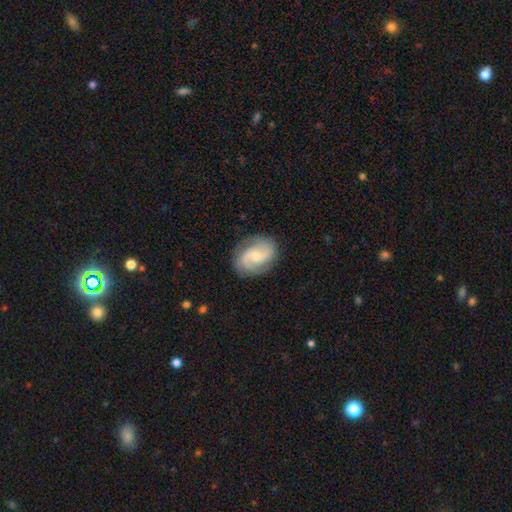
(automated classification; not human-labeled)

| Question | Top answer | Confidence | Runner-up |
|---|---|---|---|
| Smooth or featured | featured or disk | 79% | smooth (16%) |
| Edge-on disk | no | 98% | yes (2%) |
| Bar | no | 52% | weak (40%) |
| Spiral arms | yes | 95% | no (5%) |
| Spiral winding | medium | 49% | tight (32%) |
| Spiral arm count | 2 | 82% | can't tell (7%) |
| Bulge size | small | 52% | moderate (42%) |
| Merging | none | 81% | minor disturbance (14%) |